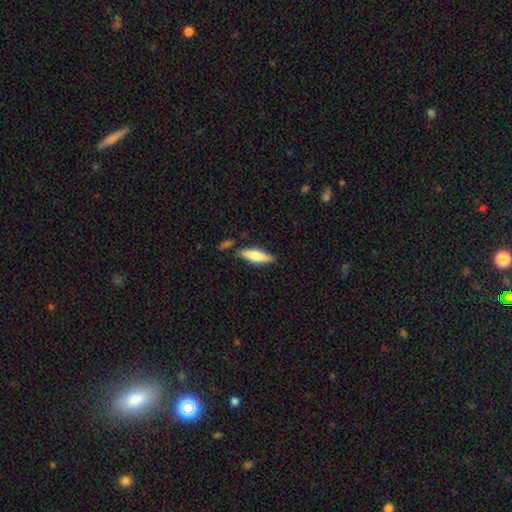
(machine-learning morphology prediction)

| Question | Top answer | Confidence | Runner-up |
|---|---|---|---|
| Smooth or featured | smooth | 64% | featured or disk (30%) |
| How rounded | cigar-shaped | 59% | in between (39%) |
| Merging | none | 78% | minor disturbance (14%) |